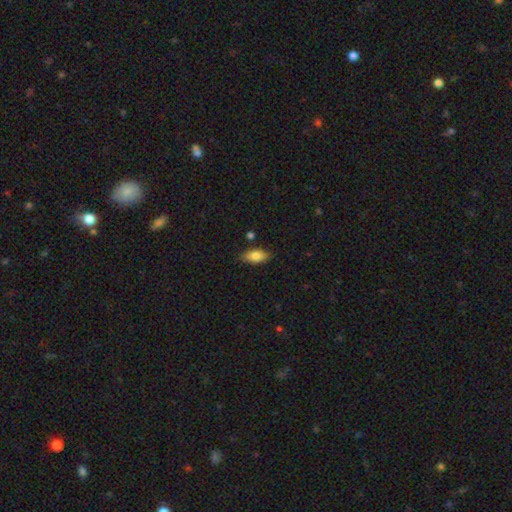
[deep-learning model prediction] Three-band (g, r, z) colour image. It shows a smooth galaxy with no disk features (82%) that is in between round and cigar-shaped (88%). Merging: none (84%).